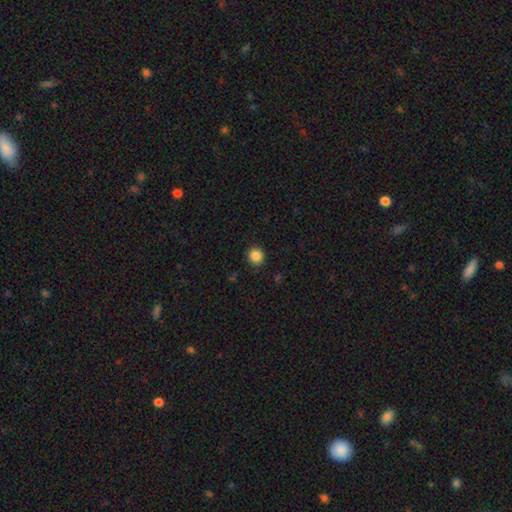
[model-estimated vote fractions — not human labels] This appears to be a smooth galaxy with no disk features (87%) that is round (92%). Merging: none (91%).